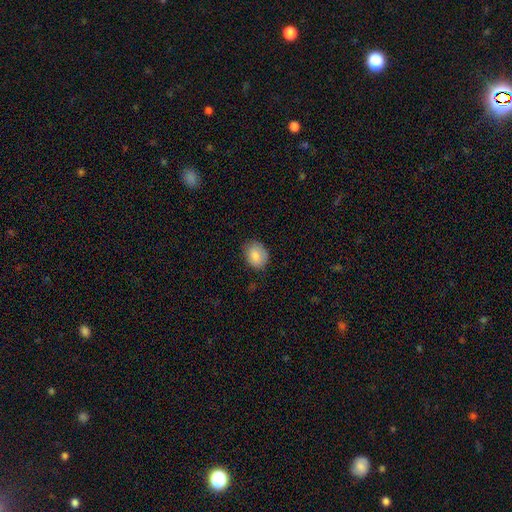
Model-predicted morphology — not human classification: smooth_or_featured: smooth (p=0.83) [alt: featured or disk p=0.09]
how_rounded: in between (p=0.58) [alt: round p=0.42]
merging: none (p=0.74) [alt: minor disturbance p=0.20]